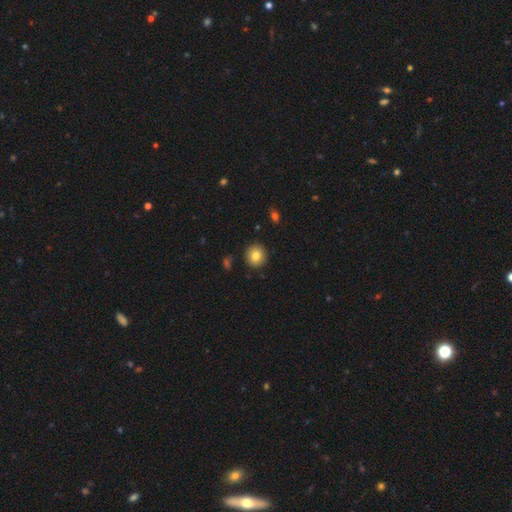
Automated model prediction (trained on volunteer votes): smooth-or-featured: smooth: 82% | star or artifact: 9% | featured or disk: 9%
  how-rounded: round: 89% | in between: 10% | cigar-shaped: 1%
  merging: none: 90% | minor disturbance: 7% | major disturbance: 2% | merger: 2%